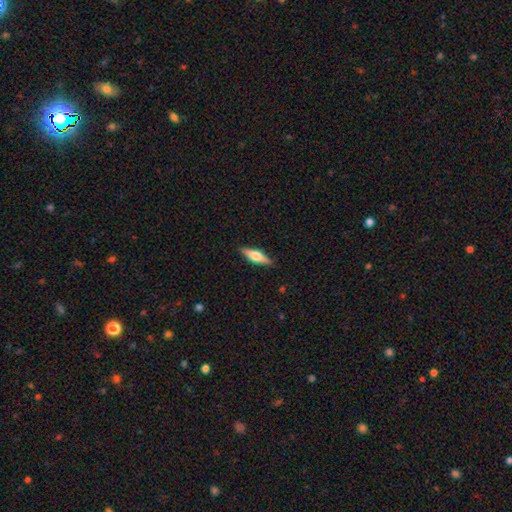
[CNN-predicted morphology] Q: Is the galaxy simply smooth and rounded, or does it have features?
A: smooth — 49%.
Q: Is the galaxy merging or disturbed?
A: none — 88%.